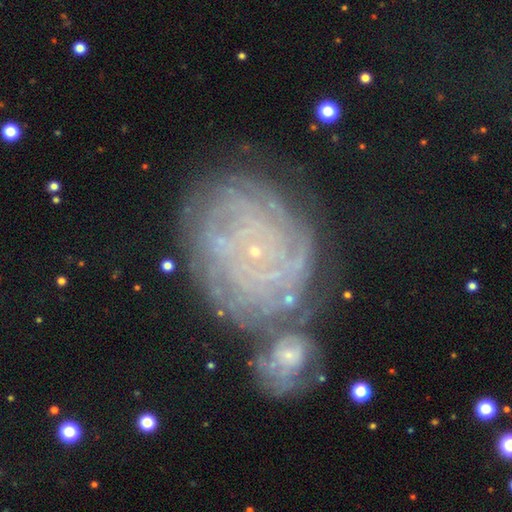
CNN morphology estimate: Overall: featured or disk (75%). Edge-on disk: no (97%). Bar: no (77%). Spiral arms: yes (92%). Spiral arm count: can't tell (37%; more than 4 20%). Spiral winding: tight (85%). Bulge size: small (90%). Merging: none (55%; merger 23%).